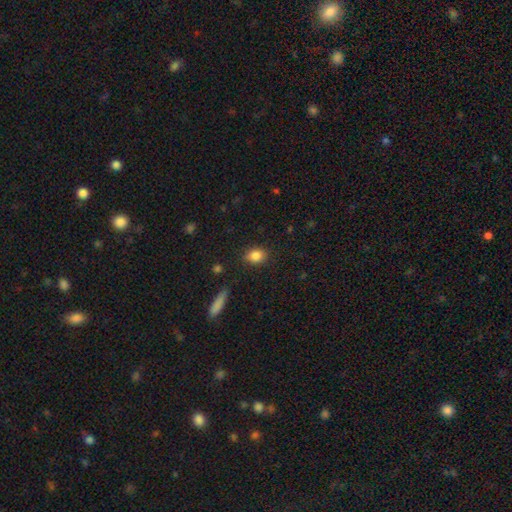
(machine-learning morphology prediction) This appears to be a smooth galaxy with no disk features (85%) that is in between round and cigar-shaped (57%). Merging: none (86%).